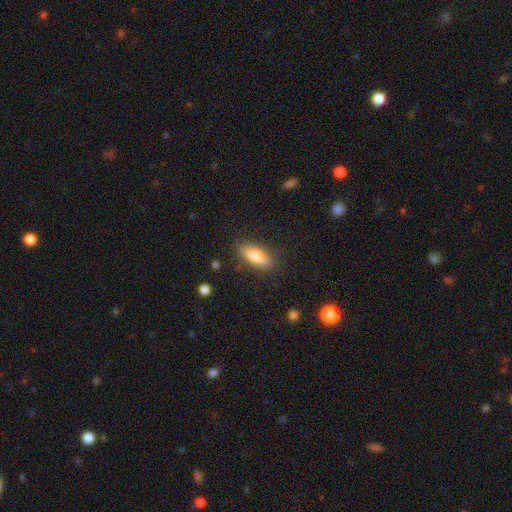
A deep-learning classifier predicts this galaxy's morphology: Smooth or featured: smooth — 79% (featured or disk — 14%)
How rounded: in between — 66% (cigar-shaped — 32%)
Merging: none — 84% (minor disturbance — 11%)